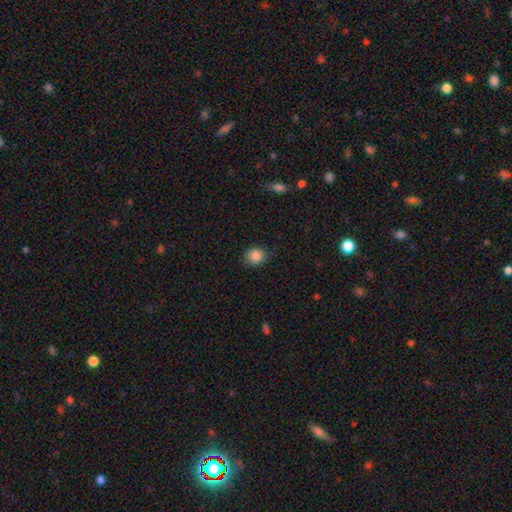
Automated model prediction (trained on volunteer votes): Q: Smooth or featured?
A: smooth (86%); runner-up: star or artifact (10%)
Q: How rounded?
A: round (71%); runner-up: in between (28%)
Q: Merging?
A: none (82%); runner-up: minor disturbance (14%)